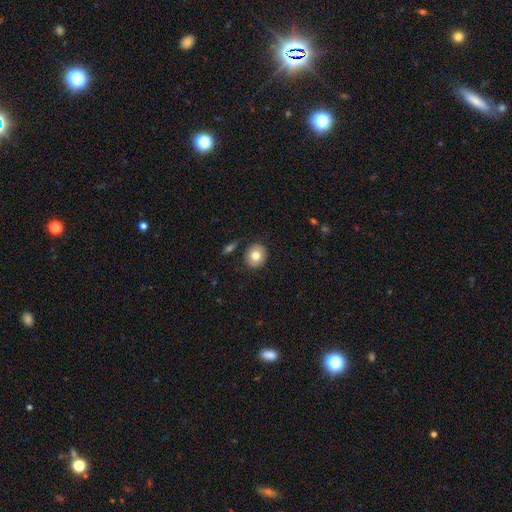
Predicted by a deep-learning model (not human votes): Smooth or featured: smooth — 79% (featured or disk — 13%)
How rounded: round — 72% (in between — 27%)
Merging: none — 86% (minor disturbance — 9%)